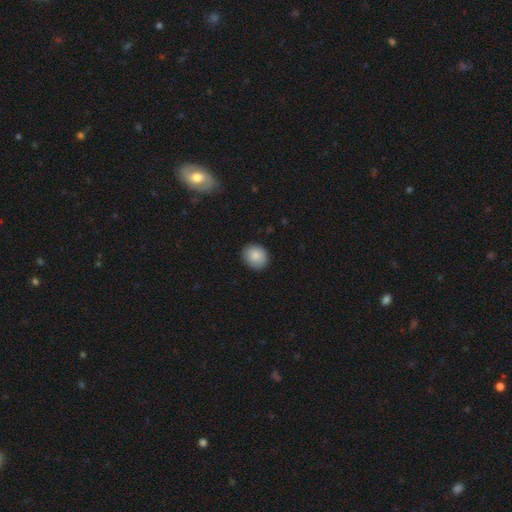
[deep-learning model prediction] Smooth or featured? smooth (88%)
How rounded? round (68%)
Merging? none (88%)